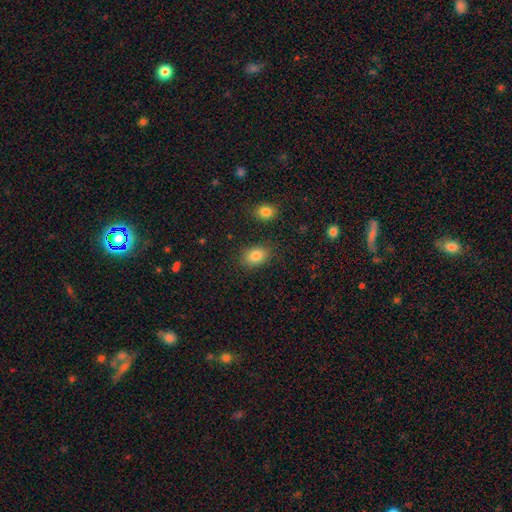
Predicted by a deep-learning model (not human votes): Overall: smooth (84%). How rounded: in between (78%). Merging: none (83%).